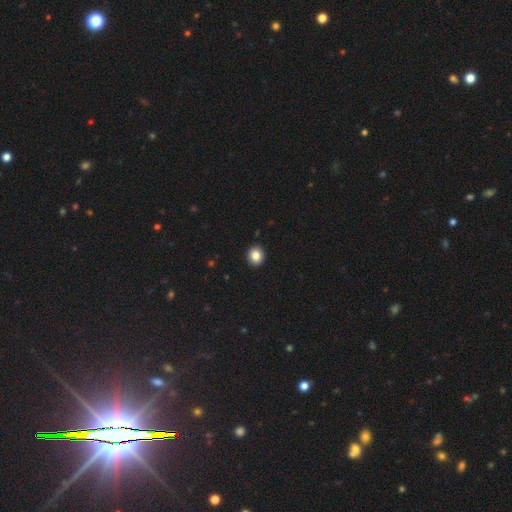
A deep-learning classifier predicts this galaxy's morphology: Smooth or featured?
  - smooth: 84% *
  - star or artifact: 10%
  - featured or disk: 6%
How rounded?
  - round: 80% *
  - in between: 19%
  - cigar-shaped: 1%
Merging?
  - none: 93% *
  - minor disturbance: 5%
  - major disturbance: 1%
  - merger: 1%